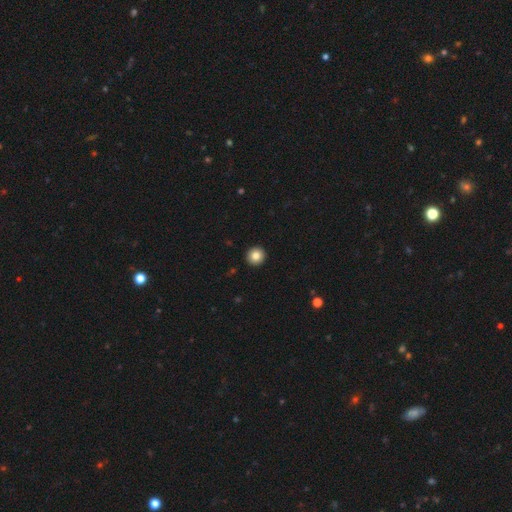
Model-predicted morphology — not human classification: smooth_or_featured: smooth (p=0.84) [alt: star or artifact p=0.09]
how_rounded: round (p=0.95) [alt: in between p=0.04]
merging: none (p=0.94) [alt: minor disturbance p=0.04]